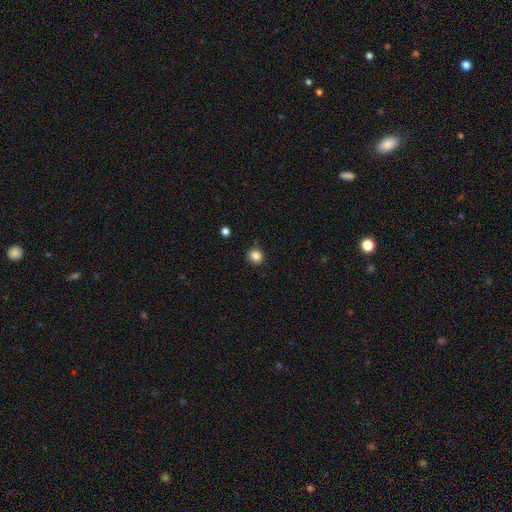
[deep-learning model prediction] A smooth galaxy with no disk features (85%) that is round (88%).

Vote fractions:
- Smooth or featured? smooth: 85% / star or artifact: 11% / featured or disk: 4%
- How rounded? round: 88% / in between: 11% / cigar-shaped: 1%
- Merging? none: 88% / minor disturbance: 8% / major disturbance: 2% / merger: 1%